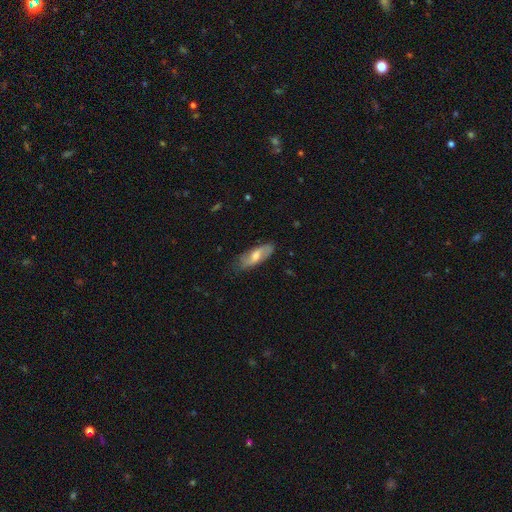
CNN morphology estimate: Smooth or featured?
  - smooth: 53% *
  - featured or disk: 41%
  - star or artifact: 6%
How rounded?
  - in between: 69% *
  - cigar-shaped: 28%
  - round: 3%
Merging?
  - none: 75% *
  - minor disturbance: 19%
  - major disturbance: 4%
  - merger: 1%